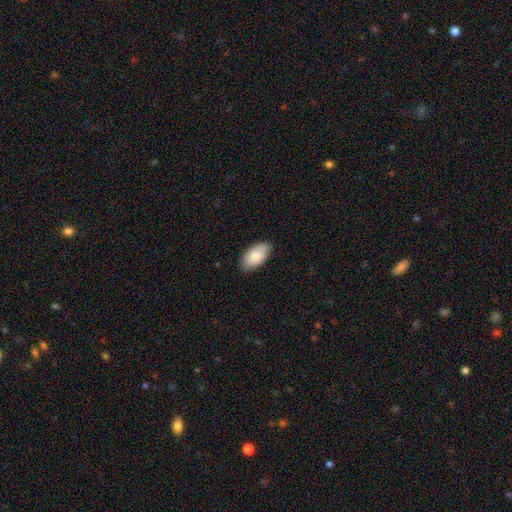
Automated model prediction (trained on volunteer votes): Smooth or featured: smooth — 86% (featured or disk — 8%)
How rounded: in between — 95% (round — 2%)
Merging: none — 86% (minor disturbance — 11%)